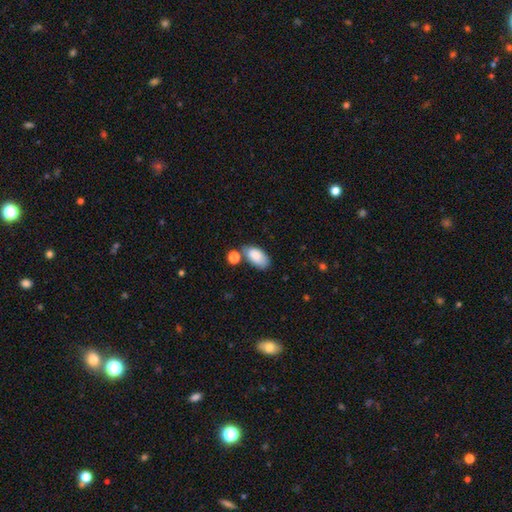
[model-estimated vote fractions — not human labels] smooth 85%, featured or disk 8%, star or artifact 7%. Down the decision tree: how rounded — in between (94%); merging — none (58%).